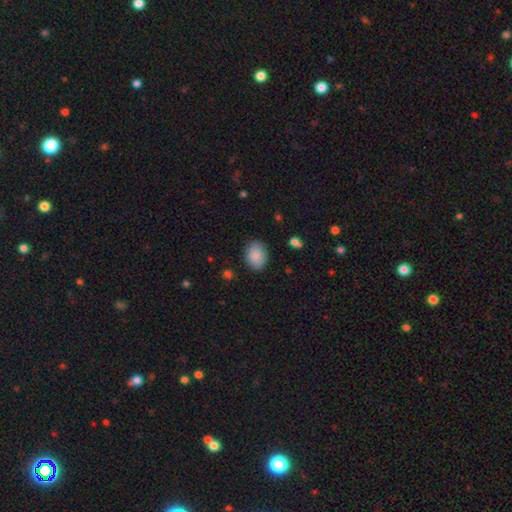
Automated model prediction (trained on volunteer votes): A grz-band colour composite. It shows a smooth galaxy with no disk features (88%) that is in between round and cigar-shaped (74%). Merging: none (84%).